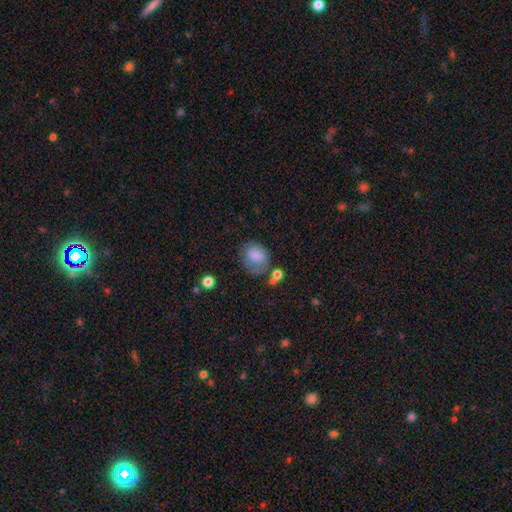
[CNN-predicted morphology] smooth 76%, featured or disk 15%, star or artifact 9%. Down the decision tree: how rounded — round (51%); merging — none (47%).